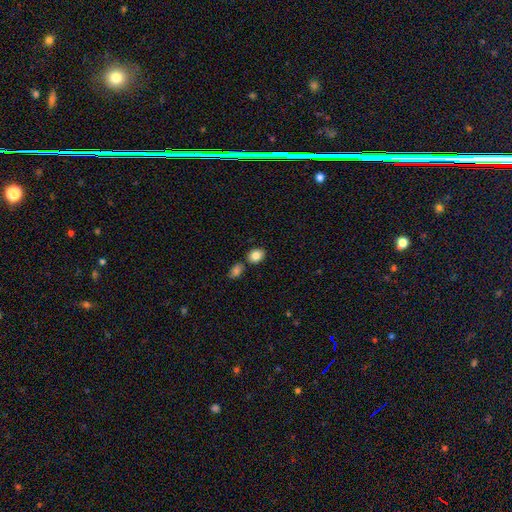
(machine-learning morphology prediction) This is clearly a smooth galaxy (85%). How rounded: possibly in between (58%). Merging: likely none (71%).